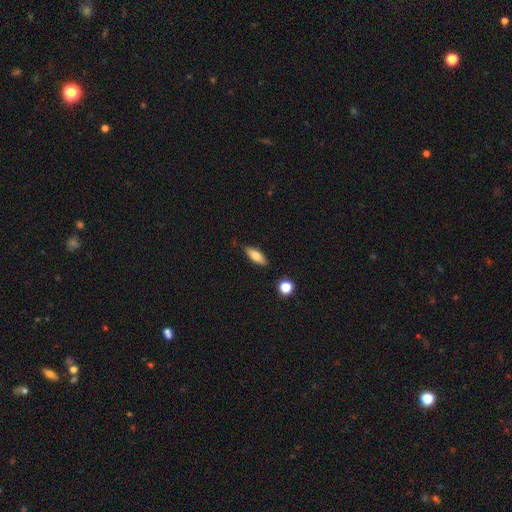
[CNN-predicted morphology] Smooth or featured? smooth (74%)
How rounded? in between (66%)
Merging? none (84%)